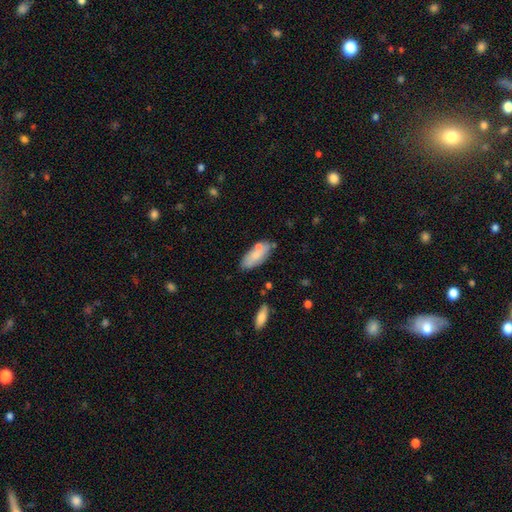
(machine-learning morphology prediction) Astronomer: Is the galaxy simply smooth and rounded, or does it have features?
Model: smooth — 75%.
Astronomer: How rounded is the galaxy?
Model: in between — 82%.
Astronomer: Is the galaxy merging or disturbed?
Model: none — 65%.